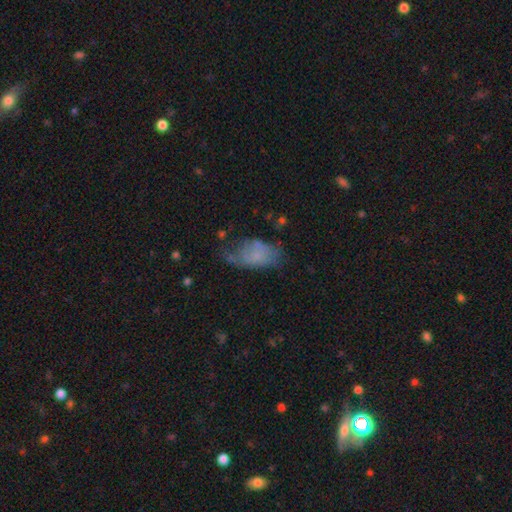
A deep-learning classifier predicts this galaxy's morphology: Smooth or featured? smooth (60%)
How rounded? in between (91%)
Merging? none (38%)